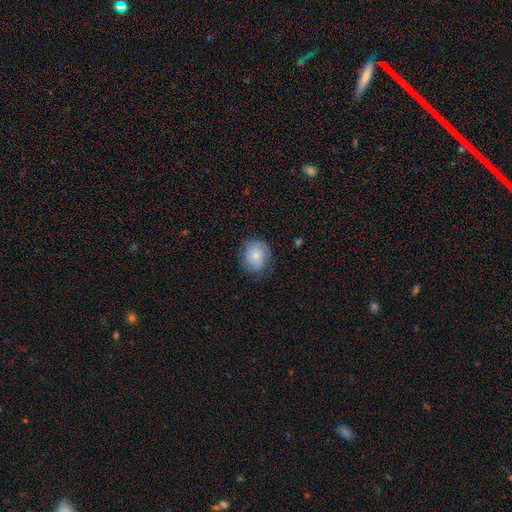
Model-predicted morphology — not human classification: Overall: smooth (67%). How rounded: round (73%). Merging: none (71%).